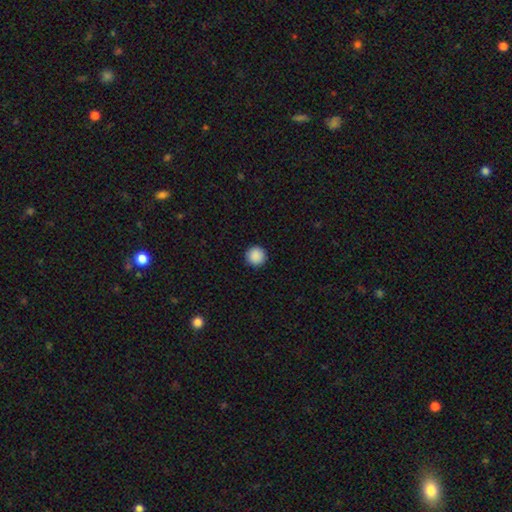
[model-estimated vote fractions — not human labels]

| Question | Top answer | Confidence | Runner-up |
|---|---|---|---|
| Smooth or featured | smooth | 89% | star or artifact (8%) |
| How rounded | round | 96% | in between (3%) |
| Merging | none | 93% | minor disturbance (4%) |